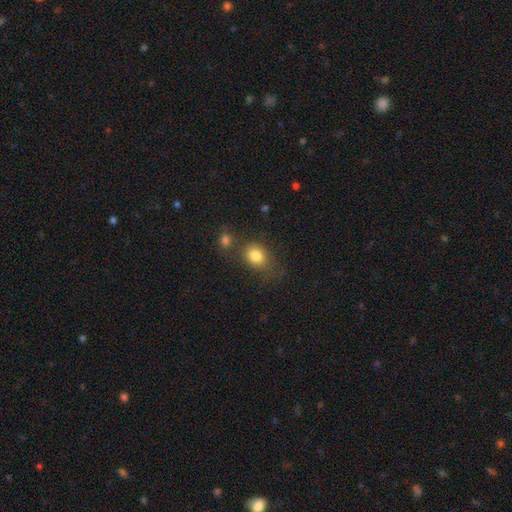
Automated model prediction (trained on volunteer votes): This is clearly a smooth galaxy (81%). How rounded: possibly round (54%). Merging: possibly none (58%).